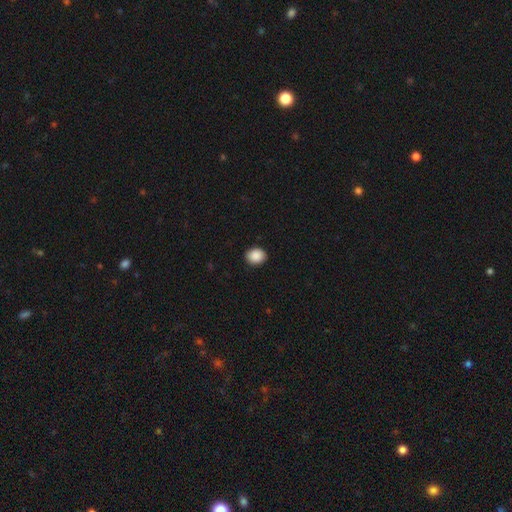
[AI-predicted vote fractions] Morphology: type=smooth (89%); roundness=round (62%); merging=none (91%).